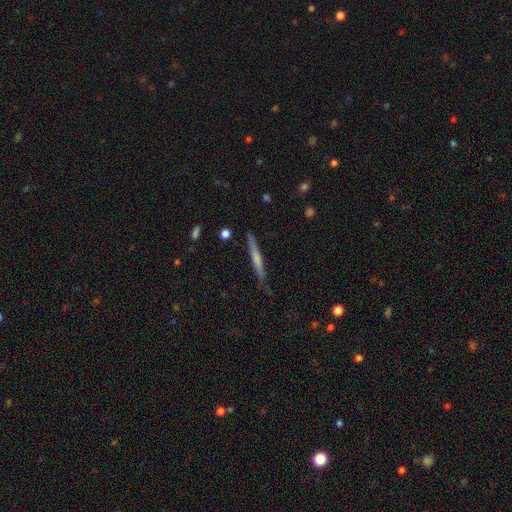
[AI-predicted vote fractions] This is possibly a featured or disk galaxy (51%). It is clearly viewed edge-on (96%). Merging: clearly none (82%).